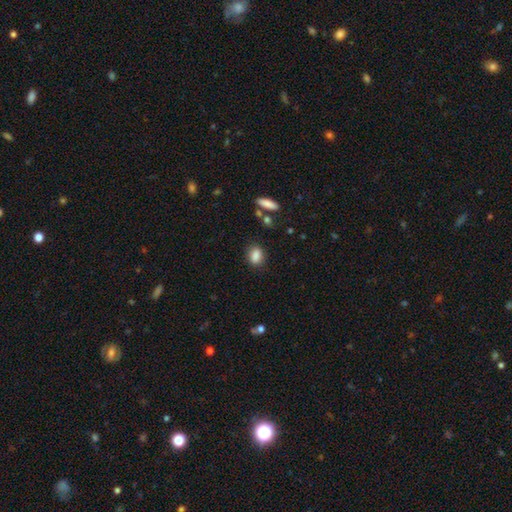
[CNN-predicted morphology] Smooth or featured: smooth — 86% (star or artifact — 9%)
How rounded: in between — 73% (round — 25%)
Merging: none — 81% (minor disturbance — 13%)